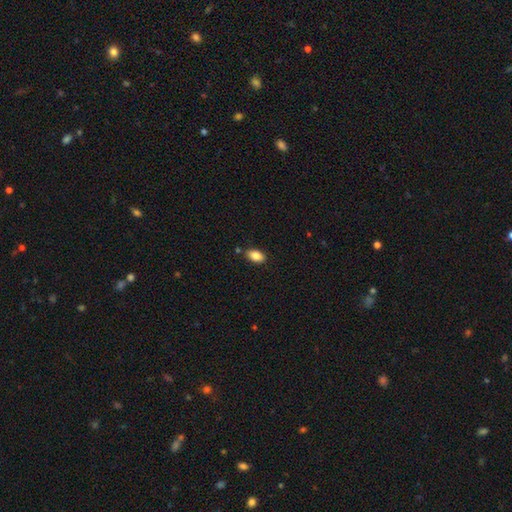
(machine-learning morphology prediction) Smooth or featured: smooth — 86% (star or artifact — 8%)
How rounded: in between — 92% (round — 6%)
Merging: none — 83% (minor disturbance — 11%)